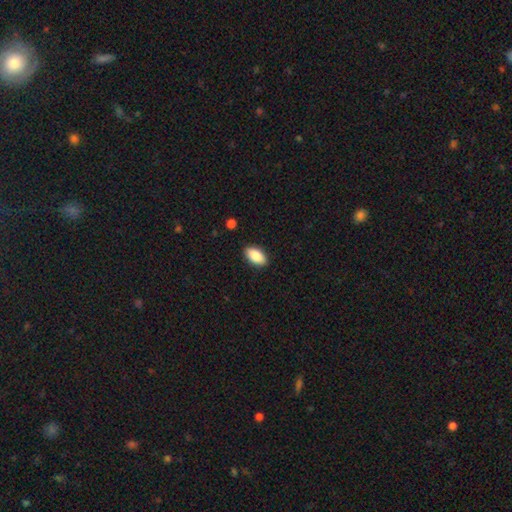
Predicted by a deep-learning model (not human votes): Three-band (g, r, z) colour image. It shows a smooth galaxy with no disk features (87%) that is in between round and cigar-shaped (93%). Merging: none (89%).